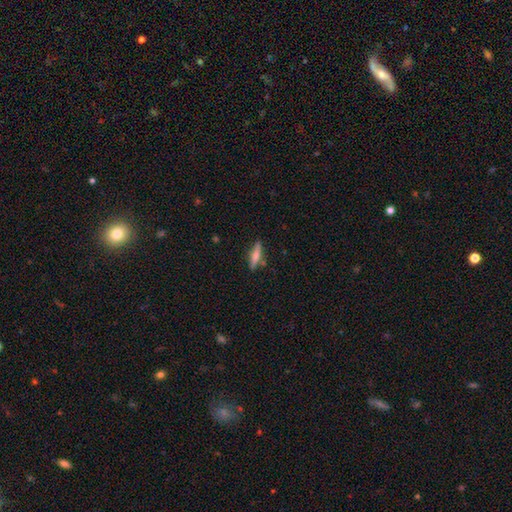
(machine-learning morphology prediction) Smooth or featured? smooth (49%)
Merging? none (82%)